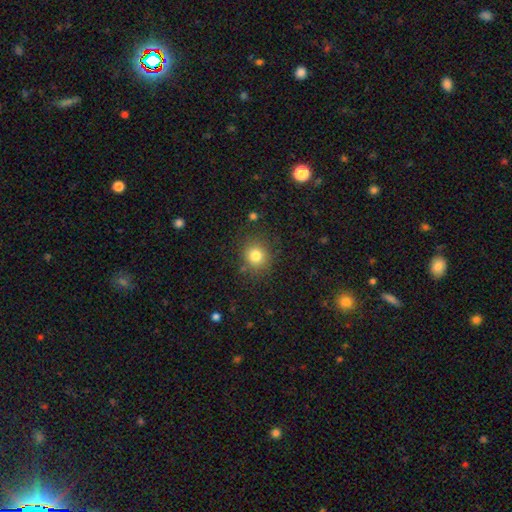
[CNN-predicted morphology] Smooth or featured? smooth (80%)
How rounded? round (86%)
Merging? none (84%)